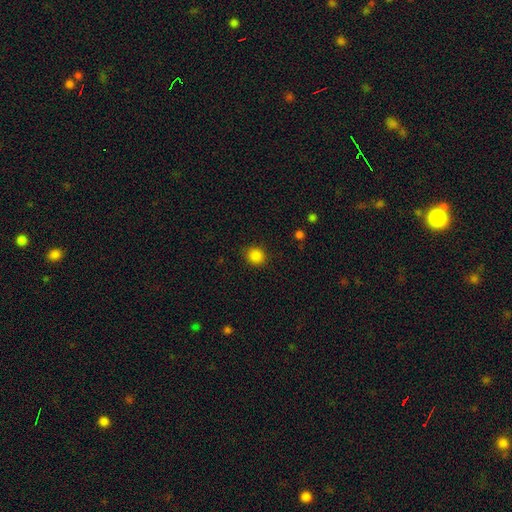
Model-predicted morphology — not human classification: Smooth or featured? smooth (86%)
How rounded? round (82%)
Merging? none (89%)